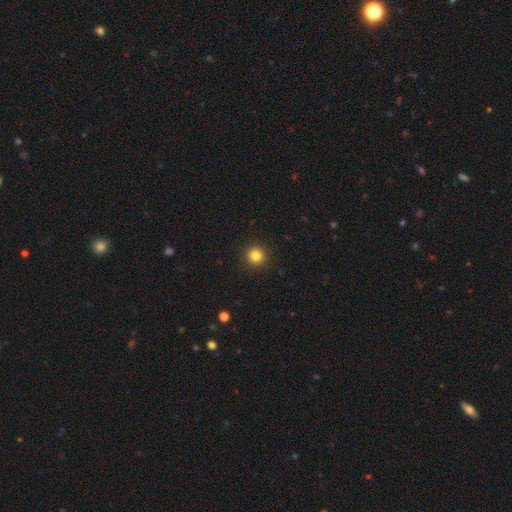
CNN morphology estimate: A smooth galaxy with no disk features (84%) that is round (95%). Merging: none (93%).